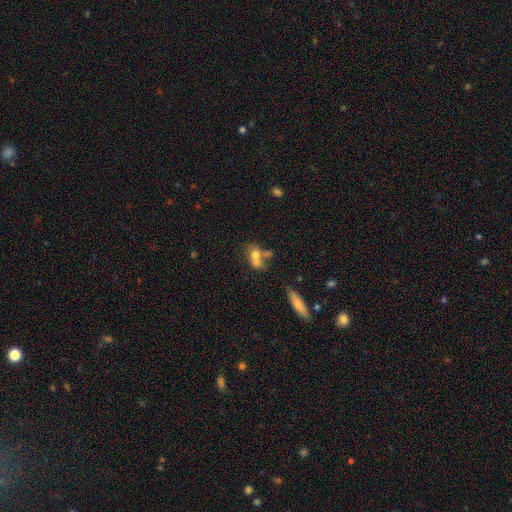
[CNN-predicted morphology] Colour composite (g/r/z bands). It shows a smooth galaxy with no disk features (62%) that is in between round and cigar-shaped (55%). Merging: merger (57%).